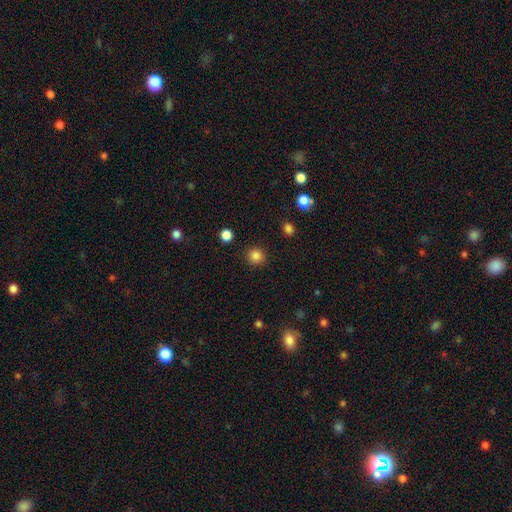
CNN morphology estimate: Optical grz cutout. It shows a smooth galaxy with no disk features (85%) that is round (93%). Merging: none (91%).